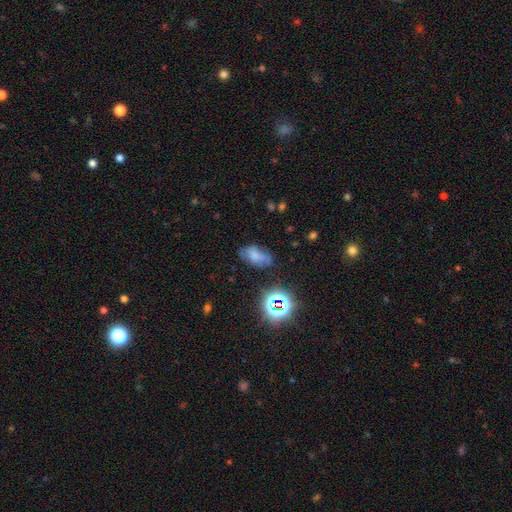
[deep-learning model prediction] Morphology: type=smooth (57%); roundness=in between (88%); merging=none (50%).